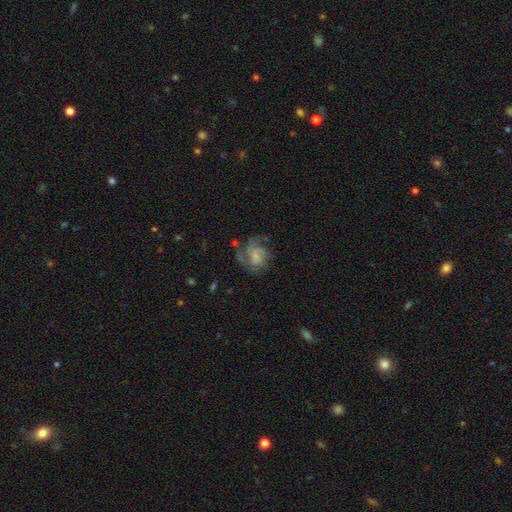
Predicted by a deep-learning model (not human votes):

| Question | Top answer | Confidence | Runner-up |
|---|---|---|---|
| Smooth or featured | featured or disk | 71% | smooth (20%) |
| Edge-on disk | no | 98% | yes (2%) |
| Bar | no | 70% | weak (26%) |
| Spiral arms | yes | 89% | no (11%) |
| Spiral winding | medium | 45% | tight (32%) |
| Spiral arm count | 3 | 35% | can't tell (22%) |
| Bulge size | small | 45% | none (34%) |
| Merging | none | 49% | major disturbance (27%) |